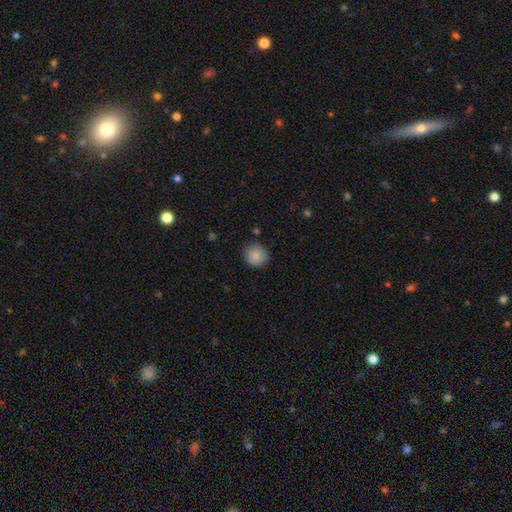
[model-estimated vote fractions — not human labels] A smooth galaxy with no disk features (87%) that is round (90%). Merging: none (86%).